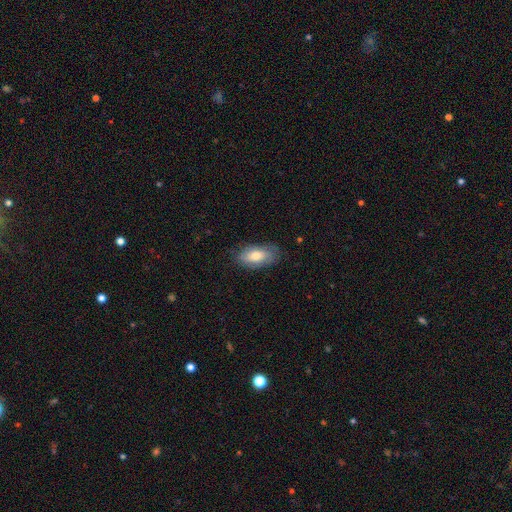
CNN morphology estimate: Smooth or featured: smooth — 61% (featured or disk — 32%)
How rounded: in between — 91% (cigar-shaped — 5%)
Merging: none — 76% (minor disturbance — 19%)